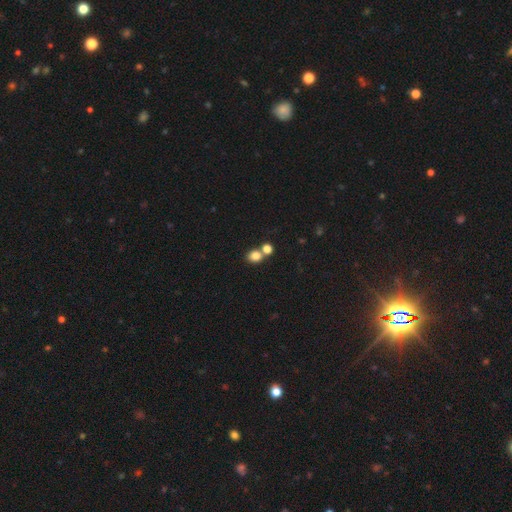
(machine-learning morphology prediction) smooth-or-featured: smooth: 81% | star or artifact: 12% | featured or disk: 7%
  how-rounded: round: 66% | in between: 33% | cigar-shaped: 1%
  merging: none: 53% | merger: 36% | minor disturbance: 7% | major disturbance: 3%